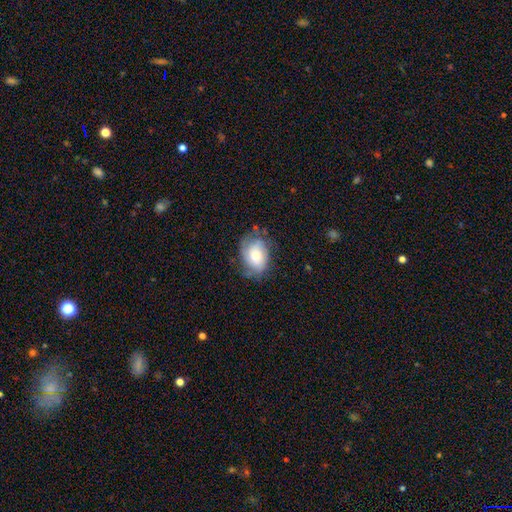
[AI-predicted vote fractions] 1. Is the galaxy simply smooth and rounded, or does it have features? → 59% smooth, 33% featured or disk, 8% star or artifact.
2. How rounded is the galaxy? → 78% in between, 21% round, 1% cigar-shaped.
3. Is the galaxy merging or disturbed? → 56% none, 30% minor disturbance, 12% major disturbance, 2% merger.